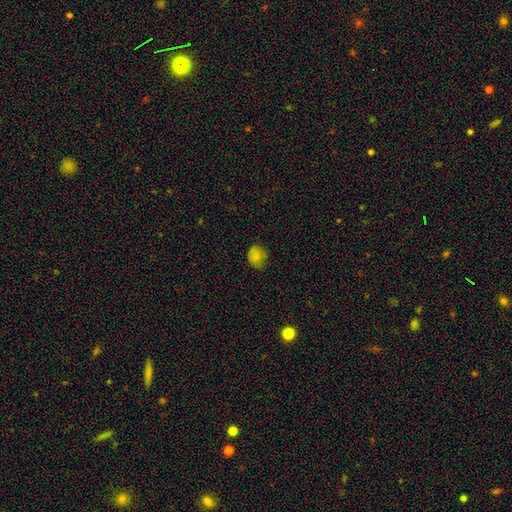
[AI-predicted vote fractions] Morphology: type=smooth (80%); roundness=round (67%); merging=none (68%).